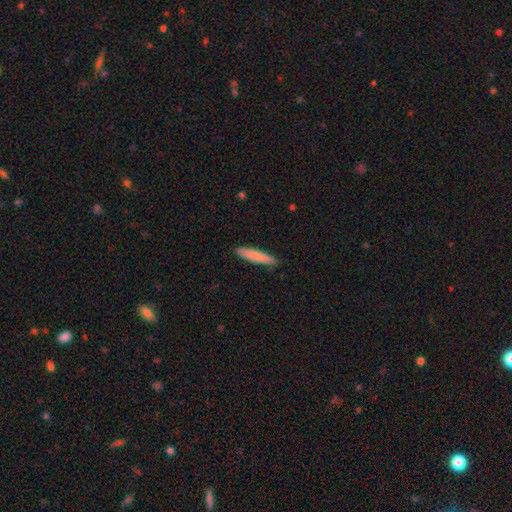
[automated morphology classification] The model was most divided on "smooth or featured": smooth: 83%, featured or disk: 12%, star or artifact: 5%. More confident: how rounded — cigar-shaped (89%); merging — none (89%).